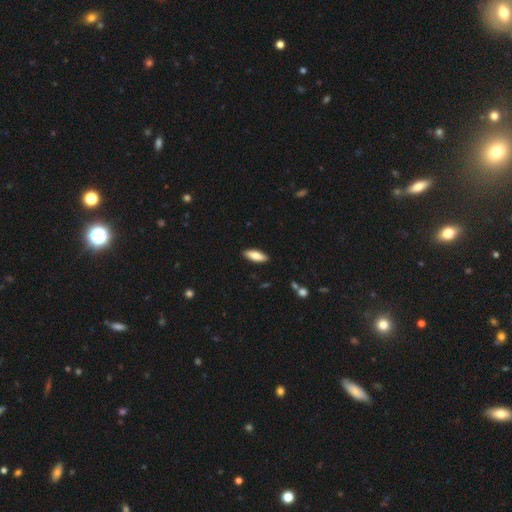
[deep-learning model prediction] smooth_or_featured: smooth (p=0.80) [alt: featured or disk p=0.14]
how_rounded: in between (p=0.66) [alt: cigar-shaped p=0.32]
merging: none (p=0.90) [alt: minor disturbance p=0.08]